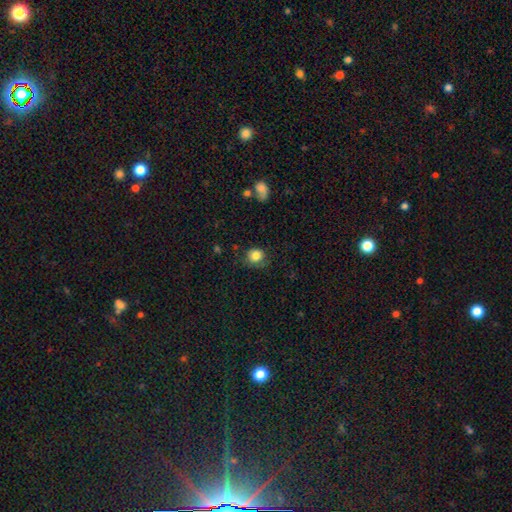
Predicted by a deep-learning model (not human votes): A smooth galaxy with no disk features (83%) that is round (81%).

Vote fractions:
- Smooth or featured? smooth: 83% / star or artifact: 10% / featured or disk: 7%
- How rounded? round: 81% / in between: 19% / cigar-shaped: 1%
- Merging? none: 71% / minor disturbance: 20% / major disturbance: 7% / merger: 2%